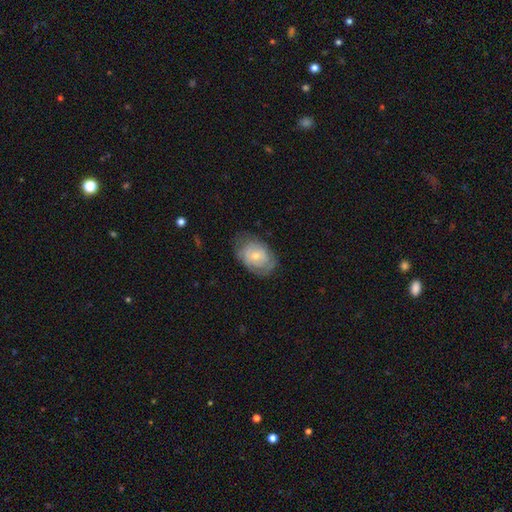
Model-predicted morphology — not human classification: Q: Smooth or featured?
A: featured or disk (48%); runner-up: smooth (45%)
Q: Merging?
A: none (63%); runner-up: minor disturbance (26%)